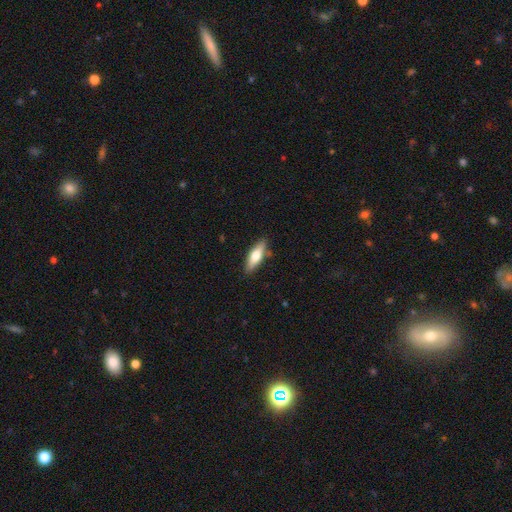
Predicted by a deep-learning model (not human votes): This is likely a smooth galaxy (62%). How rounded: possibly in between (50%). Merging: clearly none (84%).